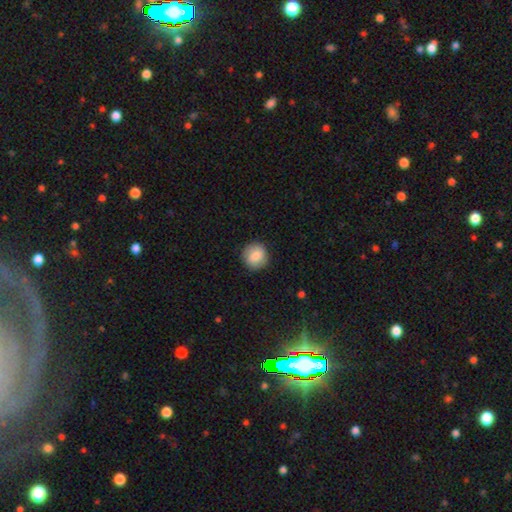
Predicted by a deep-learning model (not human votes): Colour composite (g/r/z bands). It shows a smooth galaxy with no disk features (84%) that is round (90%). Merging: none (89%).